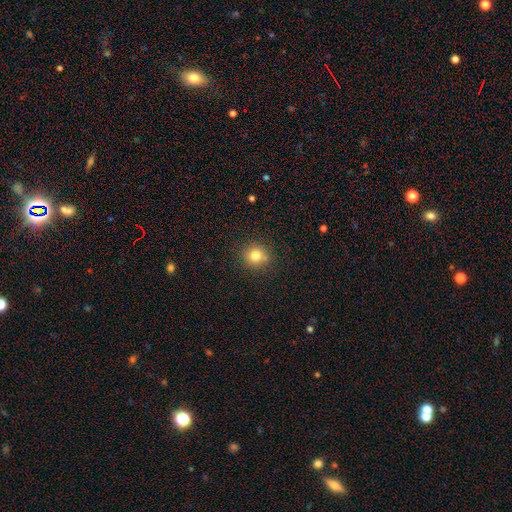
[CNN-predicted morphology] type=smooth (79%); roundness=round (88%); merging=none (83%).